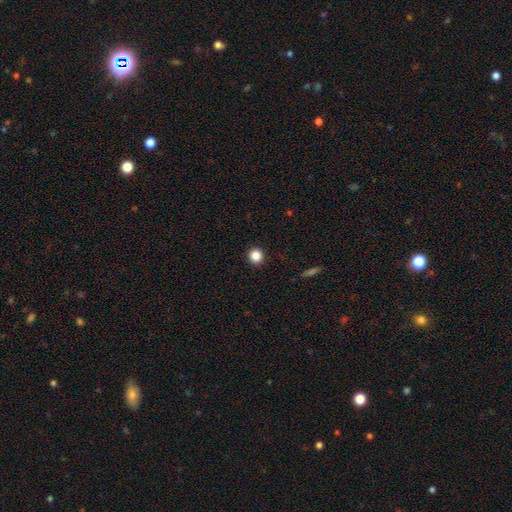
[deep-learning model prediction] Q: Smooth or featured?
A: smooth (85%); runner-up: star or artifact (11%)
Q: How rounded?
A: round (94%); runner-up: in between (5%)
Q: Merging?
A: none (93%); runner-up: minor disturbance (4%)